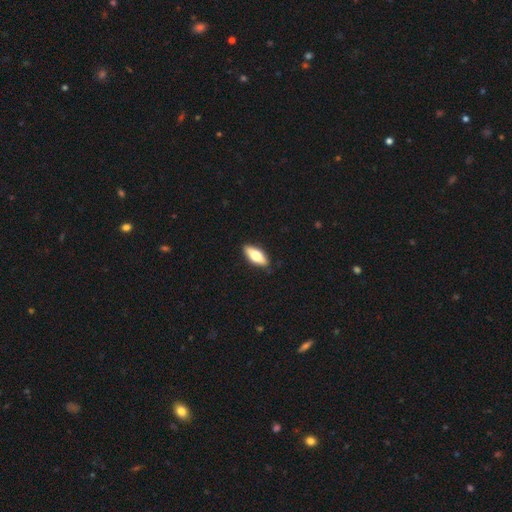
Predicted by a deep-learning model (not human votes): The model was most divided on "smooth or featured": smooth: 66%, featured or disk: 28%, star or artifact: 6%. More confident: merging — none (88%); how rounded — in between (71%).